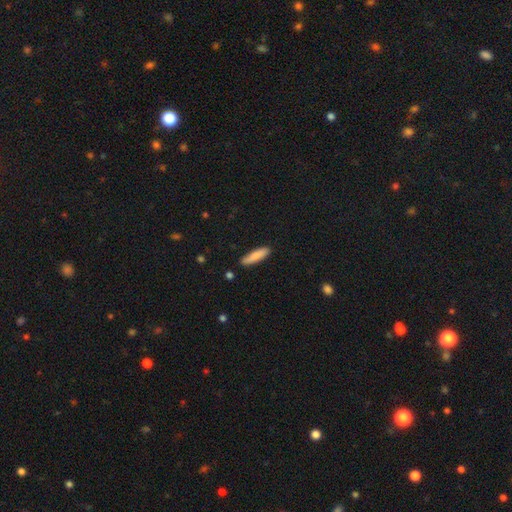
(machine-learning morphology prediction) smooth 83%, featured or disk 11%, star or artifact 6%. Down the decision tree: how rounded — cigar-shaped (75%); merging — none (84%).